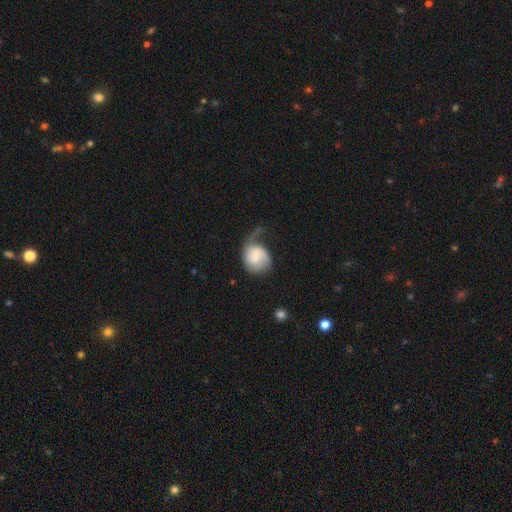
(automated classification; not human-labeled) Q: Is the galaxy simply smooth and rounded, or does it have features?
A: featured or disk — 57%.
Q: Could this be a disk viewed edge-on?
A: no — 98%.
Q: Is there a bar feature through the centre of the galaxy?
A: weak — 45%.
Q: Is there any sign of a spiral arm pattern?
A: yes — 89%.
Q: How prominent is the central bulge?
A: small — 31%.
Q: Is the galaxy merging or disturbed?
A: major disturbance — 42%.